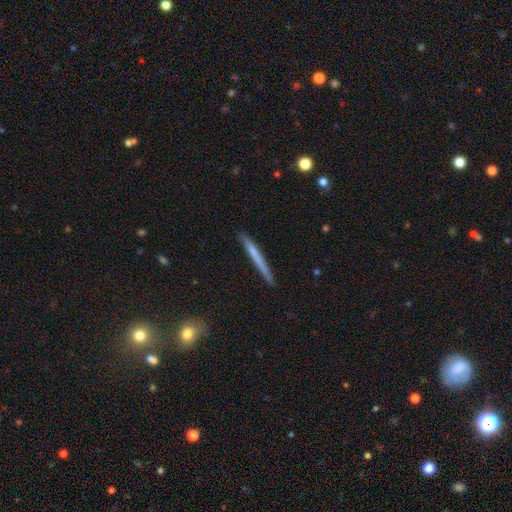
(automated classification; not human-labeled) smooth_or_featured: smooth (p=0.57) [alt: featured or disk p=0.37]
how_rounded: cigar-shaped (p=0.97) [alt: in between p=0.02]
merging: none (p=0.87) [alt: minor disturbance p=0.09]